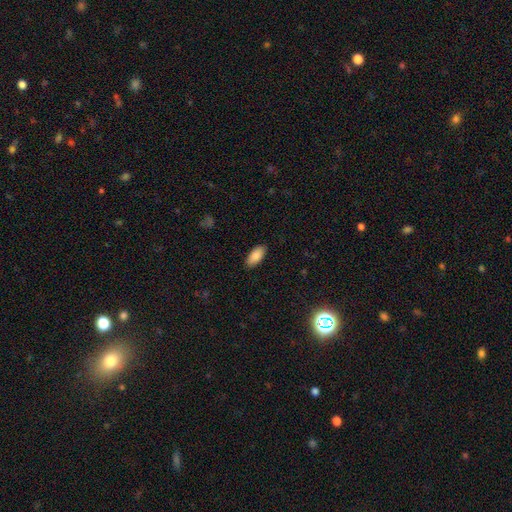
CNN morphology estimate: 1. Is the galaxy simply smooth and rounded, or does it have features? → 87% smooth, 7% star or artifact, 6% featured or disk.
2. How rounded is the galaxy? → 91% in between, 7% cigar-shaped, 2% round.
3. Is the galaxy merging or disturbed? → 89% none, 8% minor disturbance, 2% major disturbance, 1% merger.